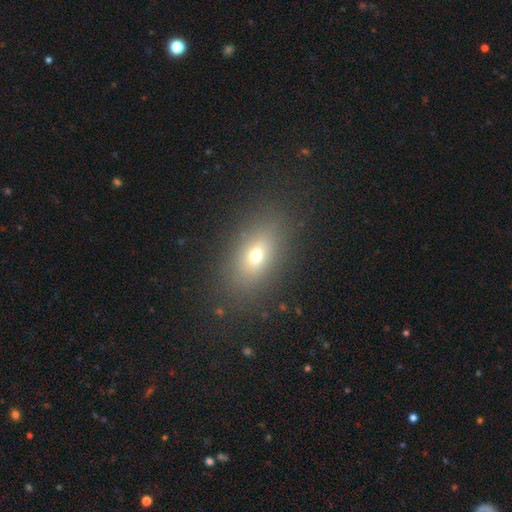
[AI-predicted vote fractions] smooth 65%, featured or disk 19%, star or artifact 16%. Down the decision tree: how rounded — in between (78%); merging — none (84%).